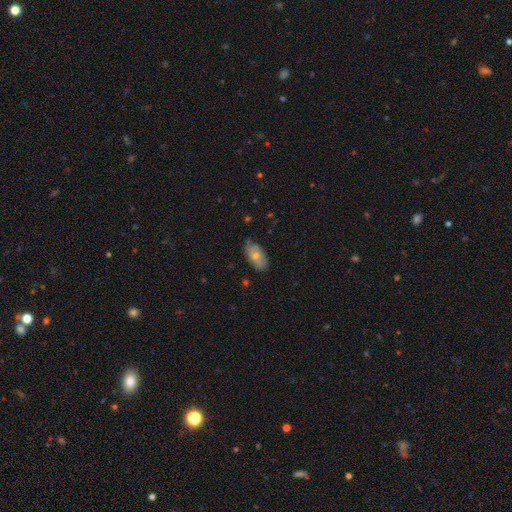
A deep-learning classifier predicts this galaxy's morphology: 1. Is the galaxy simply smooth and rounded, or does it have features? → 62% smooth, 32% featured or disk, 7% star or artifact.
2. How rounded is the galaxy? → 92% in between, 4% round, 4% cigar-shaped.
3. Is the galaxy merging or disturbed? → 71% none, 23% minor disturbance, 4% major disturbance, 1% merger.